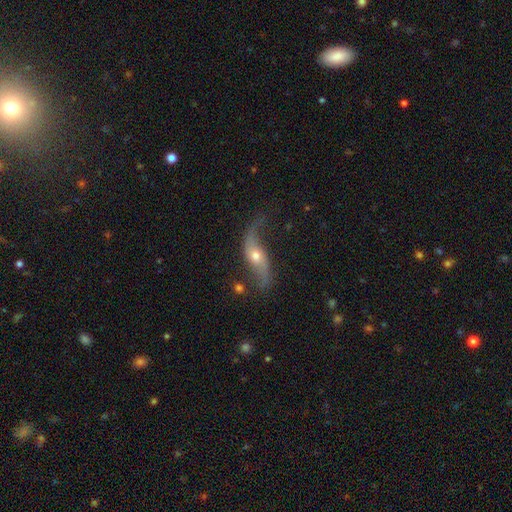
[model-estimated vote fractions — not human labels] Q: Smooth or featured?
A: featured or disk (85%); runner-up: smooth (8%)
Q: Edge-on disk?
A: no (83%); runner-up: yes (17%)
Q: Bar?
A: no (61%); runner-up: weak (24%)
Q: Spiral arms?
A: yes (94%); runner-up: no (6%)
Q: Spiral winding?
A: loose (89%); runner-up: medium (8%)
Q: Spiral arm count?
A: 2 (91%); runner-up: 1 (4%)
Q: Bulge size?
A: moderate (56%); runner-up: small (38%)
Q: Merging?
A: none (66%); runner-up: minor disturbance (19%)